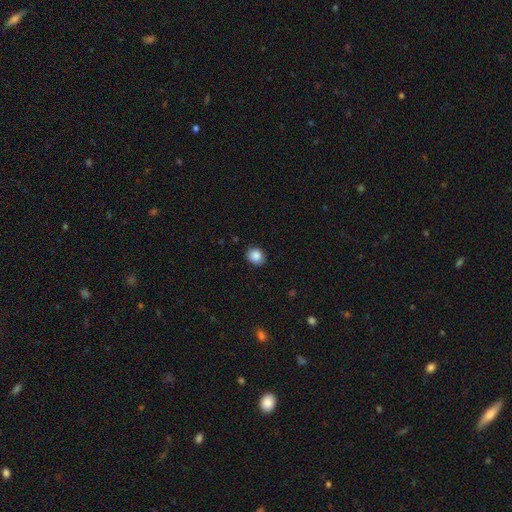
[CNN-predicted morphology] Q: Smooth or featured?
A: smooth (88%); runner-up: star or artifact (9%)
Q: How rounded?
A: round (60%); runner-up: in between (39%)
Q: Merging?
A: none (88%); runner-up: minor disturbance (9%)